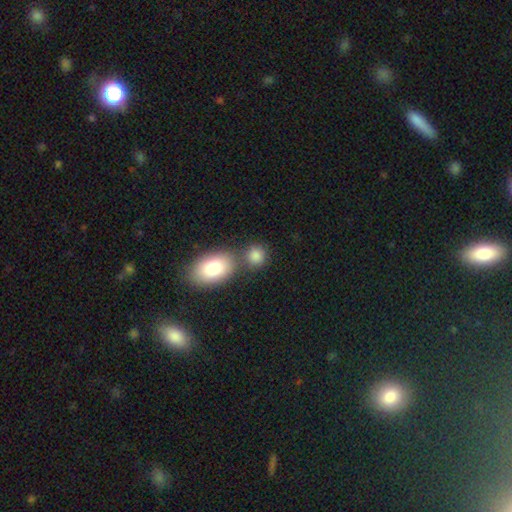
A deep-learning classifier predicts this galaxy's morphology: Smooth or featured?
  - smooth: 84% *
  - star or artifact: 8%
  - featured or disk: 7%
How rounded?
  - round: 66% *
  - in between: 32%
  - cigar-shaped: 2%
Merging?
  - none: 57% *
  - merger: 28%
  - minor disturbance: 11%
  - major disturbance: 4%